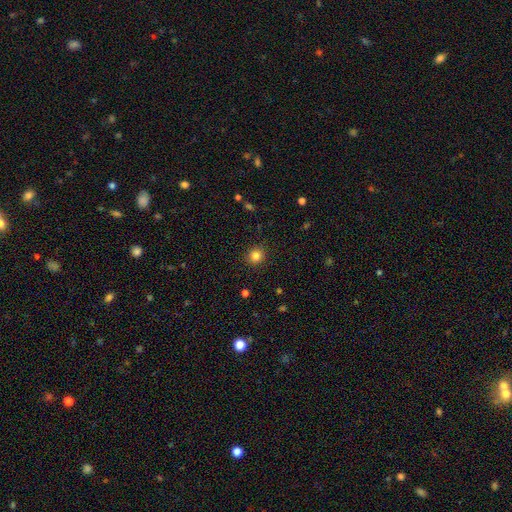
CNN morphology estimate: Q: Smooth or featured?
A: smooth (83%); runner-up: star or artifact (12%)
Q: How rounded?
A: round (90%); runner-up: in between (10%)
Q: Merging?
A: none (91%); runner-up: minor disturbance (6%)